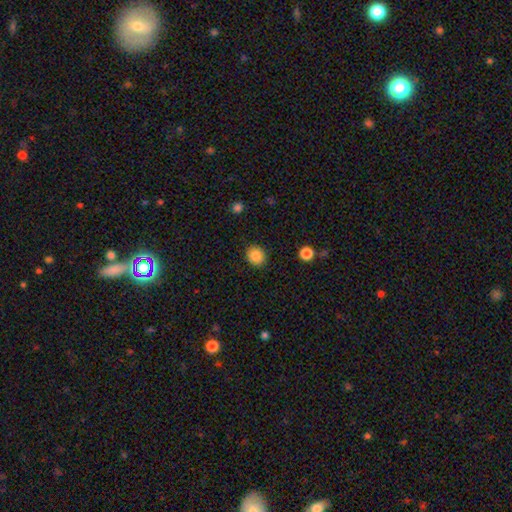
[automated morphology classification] Smooth or featured? smooth (87%)
How rounded? round (78%)
Merging? none (89%)